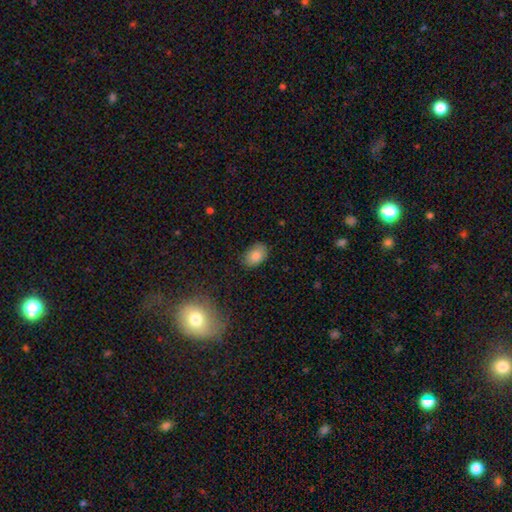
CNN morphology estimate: smooth_or_featured: smooth (p=0.85) [alt: star or artifact p=0.08]
how_rounded: in between (p=0.86) [alt: round p=0.12]
merging: none (p=0.82) [alt: minor disturbance p=0.14]